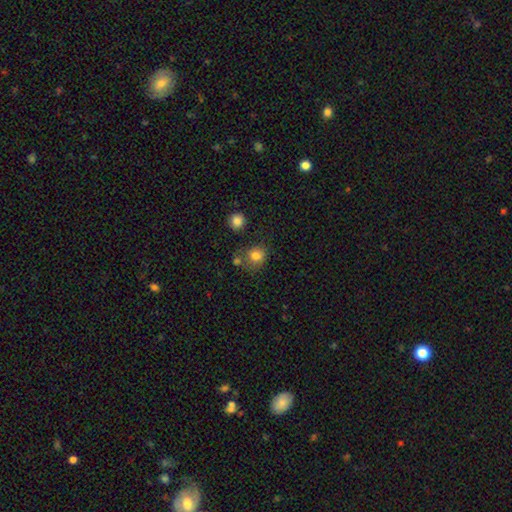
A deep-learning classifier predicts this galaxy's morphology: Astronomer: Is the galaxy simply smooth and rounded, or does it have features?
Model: smooth — 80%.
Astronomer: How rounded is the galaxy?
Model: round — 80%.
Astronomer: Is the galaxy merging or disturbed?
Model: none — 64%.